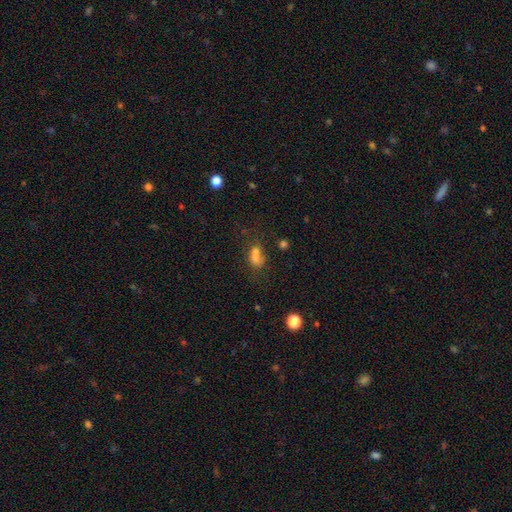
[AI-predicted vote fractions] The model was most divided on "merging": merger: 49%, none: 31%, minor disturbance: 12%, major disturbance: 8%. More confident: smooth or featured — smooth (69%); how rounded — in between (65%).